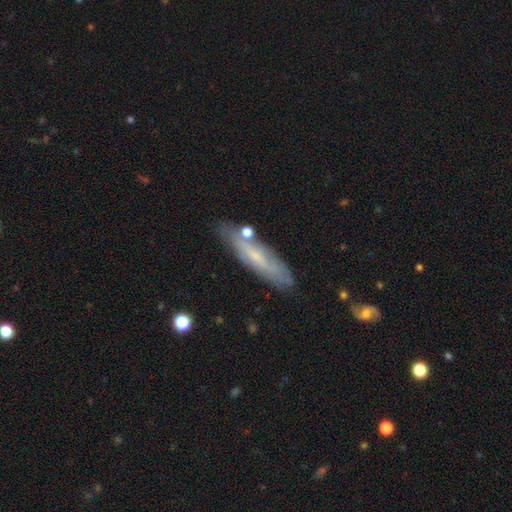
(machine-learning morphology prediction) smooth-or-featured: featured or disk: 50% | smooth: 42% | star or artifact: 8%
  merging: none: 74% | minor disturbance: 17% | merger: 5% | major disturbance: 4%